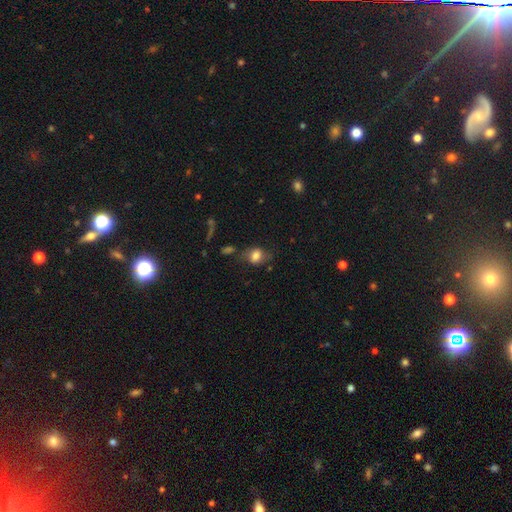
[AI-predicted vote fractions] smooth 71%, featured or disk 19%, star or artifact 9%. Down the decision tree: how rounded — in between (61%); merging — none (58%).